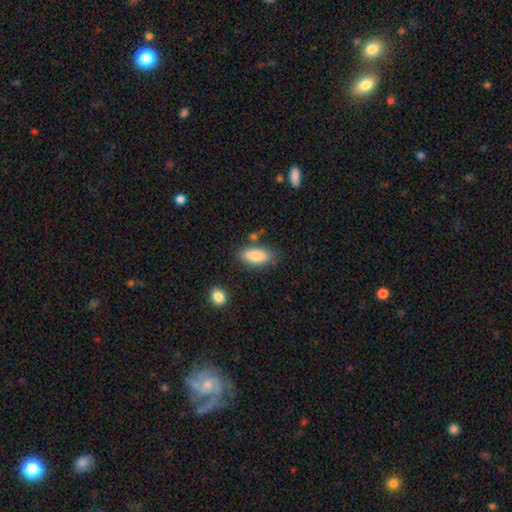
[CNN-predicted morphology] type=smooth (85%); roundness=in between (84%); merging=none (73%).